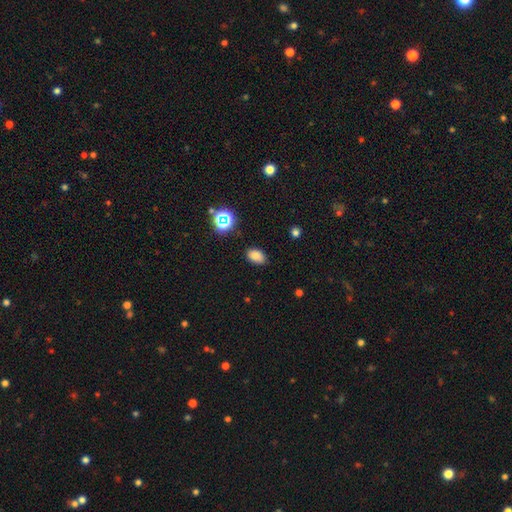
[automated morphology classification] This appears to be a smooth galaxy with no disk features (79%) that is in between round and cigar-shaped (85%). Merging: none (83%).